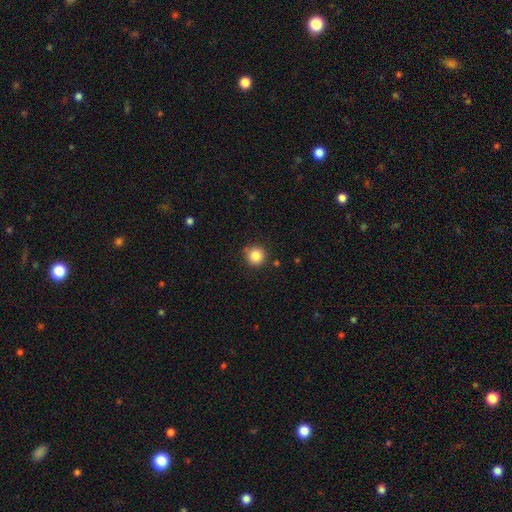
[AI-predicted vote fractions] Overall: smooth (85%). How rounded: round (95%). Merging: none (85%).